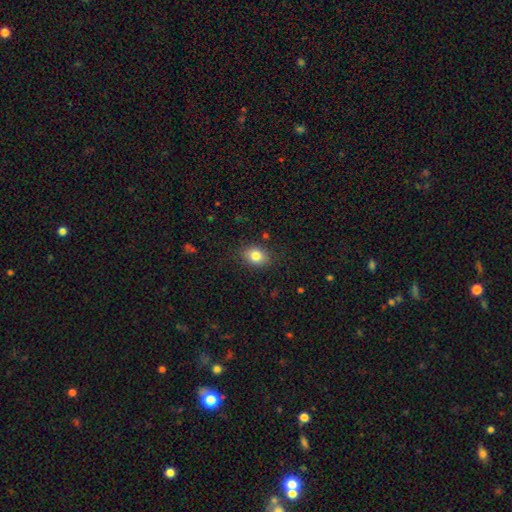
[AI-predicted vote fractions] A smooth galaxy with no disk features (82%) that is in between round and cigar-shaped (62%). Merging: none (85%).